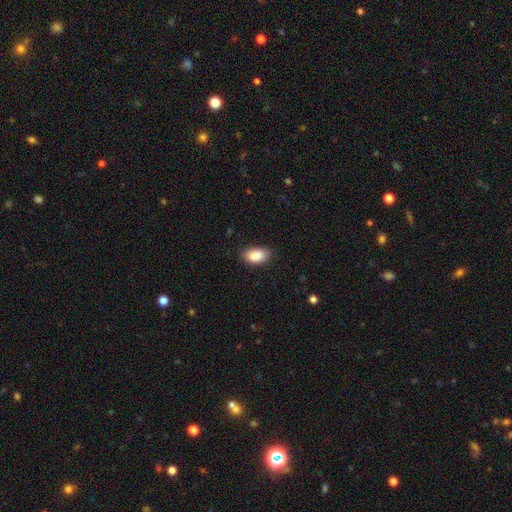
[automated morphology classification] This appears to be a smooth galaxy with no disk features (89%) that is in between round and cigar-shaped (93%). Merging: none (83%).